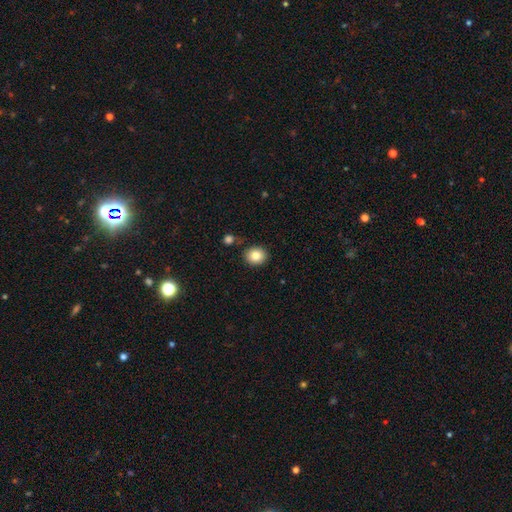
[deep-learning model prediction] Q: Smooth or featured?
A: smooth (82%); runner-up: star or artifact (10%)
Q: How rounded?
A: round (78%); runner-up: in between (21%)
Q: Merging?
A: none (85%); runner-up: minor disturbance (9%)